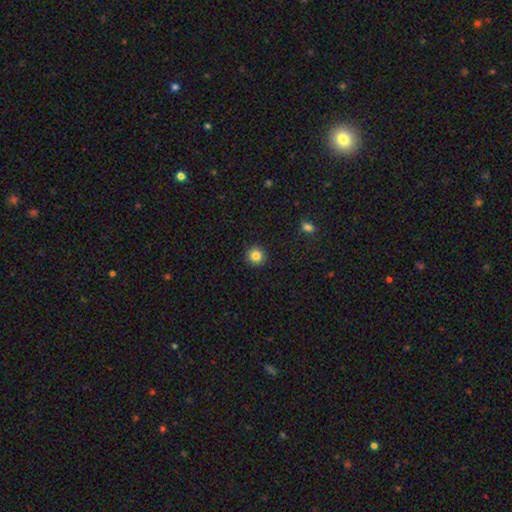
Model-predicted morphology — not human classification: Smooth or featured: smooth — 84% (star or artifact — 11%)
How rounded: round — 94% (in between — 5%)
Merging: none — 92% (minor disturbance — 5%)